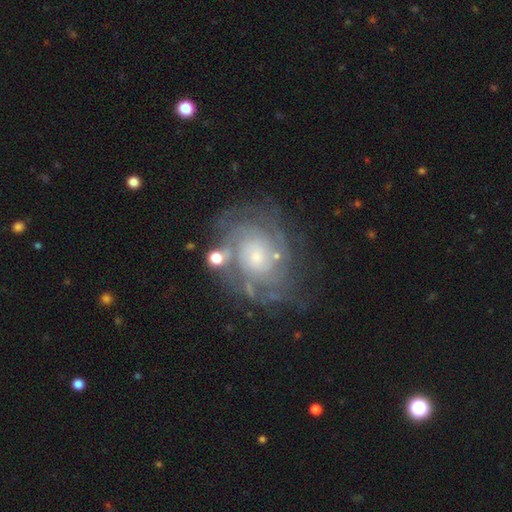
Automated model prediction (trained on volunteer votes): Smooth or featured? featured or disk (83%)
Edge-on disk? no (97%)
Bar? no (77%)
Spiral arms? yes (93%)
Spiral winding? tight (70%)
Spiral arm count? can't tell (39%)
Bulge size? small (60%)
Merging? none (69%)